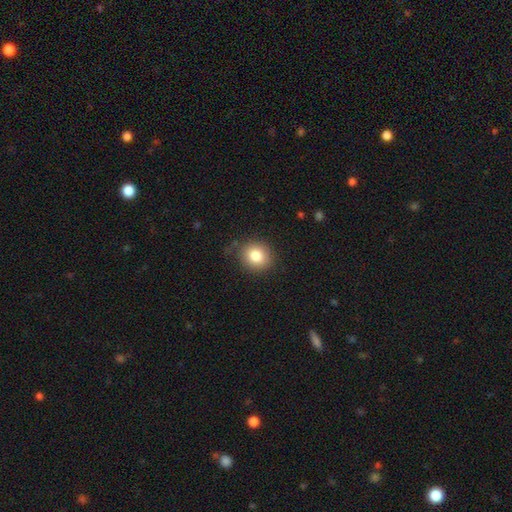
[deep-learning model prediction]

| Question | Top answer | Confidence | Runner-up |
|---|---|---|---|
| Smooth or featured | smooth | 82% | star or artifact (10%) |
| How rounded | round | 79% | in between (20%) |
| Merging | none | 83% | minor disturbance (12%) |